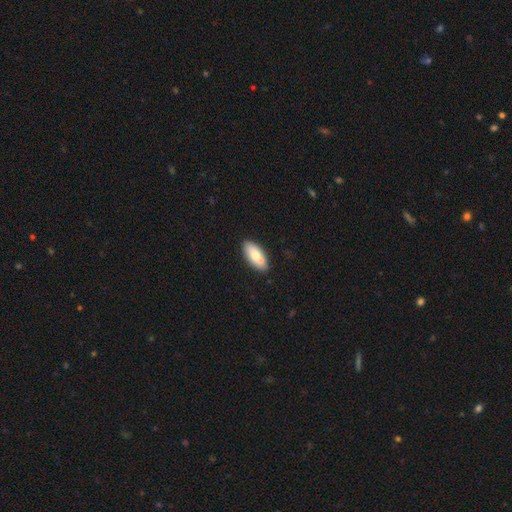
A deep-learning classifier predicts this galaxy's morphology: Smooth or featured: smooth — 72% (featured or disk — 21%)
How rounded: in between — 86% (cigar-shaped — 11%)
Merging: none — 75% (minor disturbance — 13%)